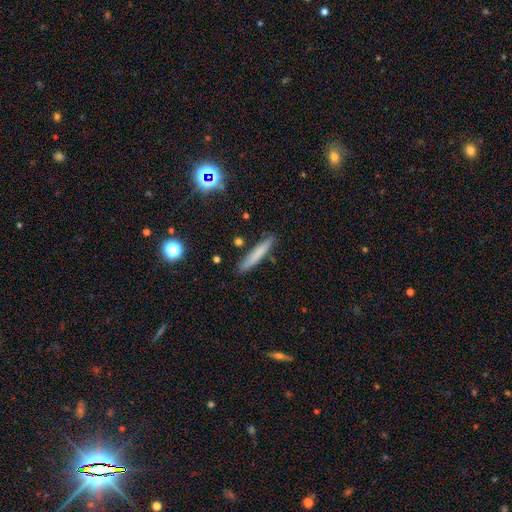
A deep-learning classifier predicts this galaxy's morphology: A smooth galaxy with no disk features (73%) that is cigar-shaped (93%).

Vote fractions:
- Smooth or featured? smooth: 73% / featured or disk: 19% / star or artifact: 8%
- How rounded? cigar-shaped: 93% / in between: 5% / round: 1%
- Merging? none: 87% / minor disturbance: 9% / merger: 2% / major disturbance: 2%